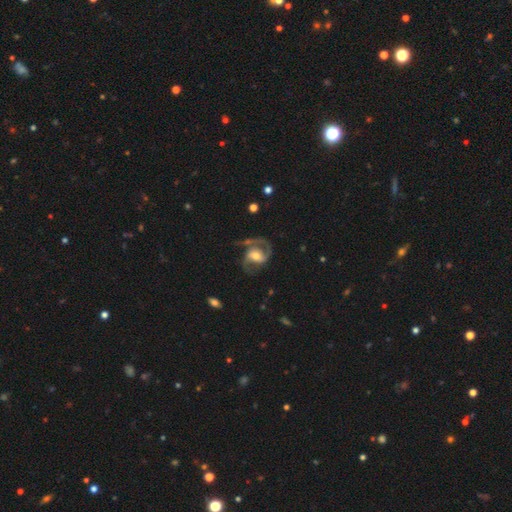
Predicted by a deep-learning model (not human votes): Smooth or featured? featured or disk (87%)
Edge-on disk? no (98%)
Bar? weak (40%, tied with no)
Spiral arms? yes (96%)
Spiral winding? medium (56%)
Spiral arm count? 2 (83%)
Bulge size? moderate (61%)
Merging? none (61%)